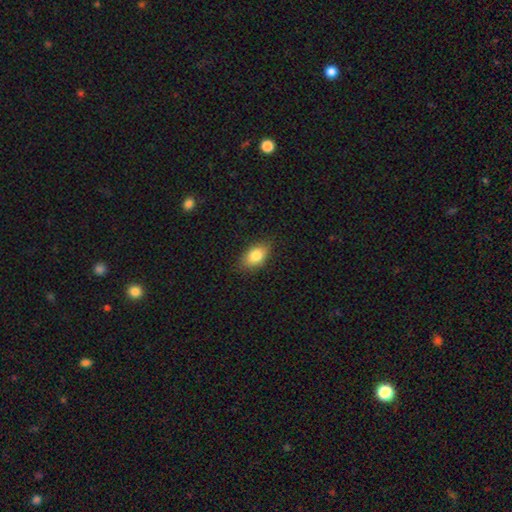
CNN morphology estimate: Smooth or featured? Predicted: smooth (p=0.83). How rounded? Predicted: in between (p=0.88). Merging? Predicted: none (p=0.84).